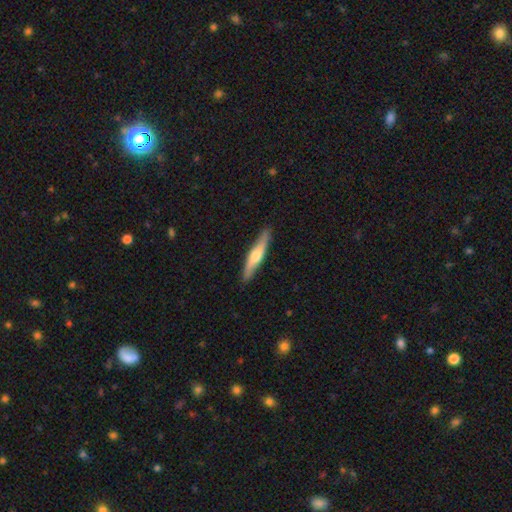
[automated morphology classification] A featured or disk galaxy (50%).

Vote fractions:
- Smooth or featured? featured or disk: 50% / smooth: 45% / star or artifact: 5%
- Merging? none: 88% / minor disturbance: 9% / major disturbance: 2% / merger: 1%